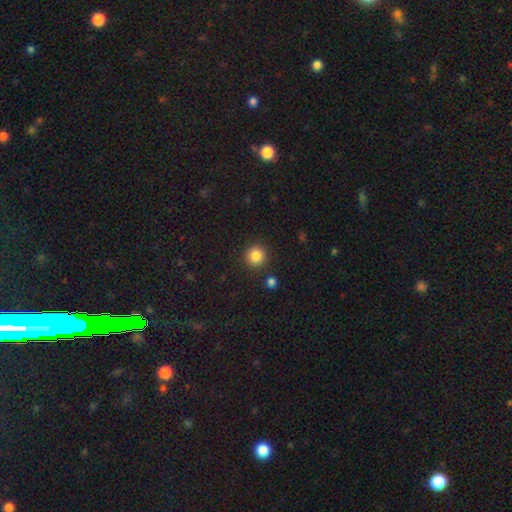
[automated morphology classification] A smooth galaxy with no disk features (85%) that is round (94%). Merging: none (90%).